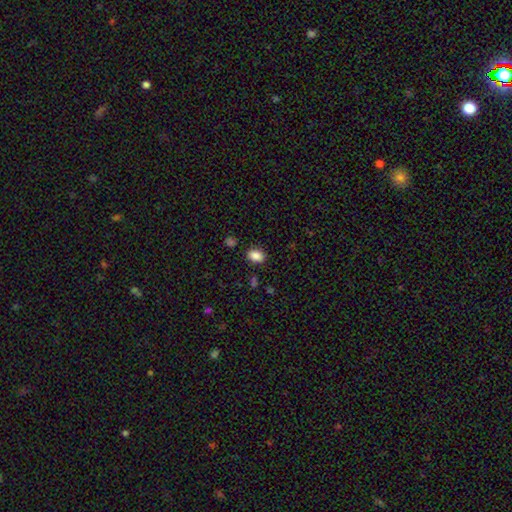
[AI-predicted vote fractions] smooth 87%, star or artifact 9%, featured or disk 4%. Down the decision tree: how rounded — in between (77%); merging — none (86%).